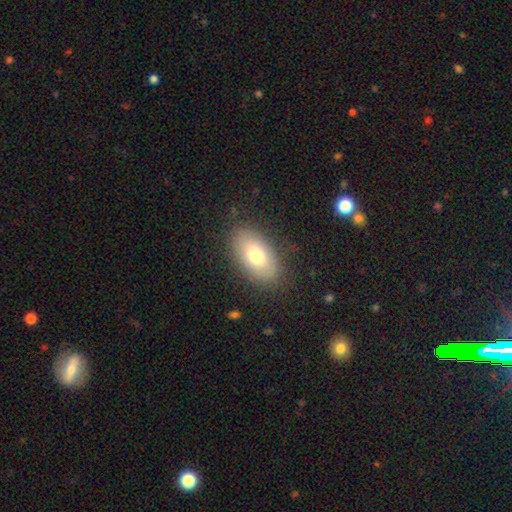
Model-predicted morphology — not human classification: smooth-or-featured: smooth: 72% | featured or disk: 20% | star or artifact: 8%
  how-rounded: in between: 92% | round: 6% | cigar-shaped: 2%
  merging: none: 84% | minor disturbance: 11% | major disturbance: 4% | merger: 1%